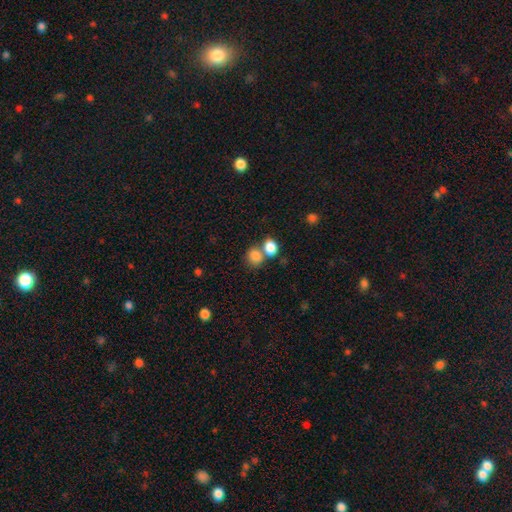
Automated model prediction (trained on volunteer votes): Smooth or featured? smooth (83%)
How rounded? round (54%)
Merging? merger (46%)